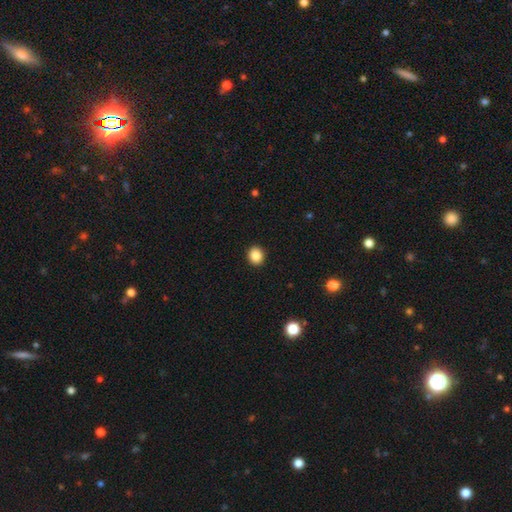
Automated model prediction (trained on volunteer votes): A smooth galaxy with no disk features (87%) that is round (76%).

Vote fractions:
- Smooth or featured? smooth: 87% / star or artifact: 9% / featured or disk: 4%
- How rounded? round: 76% / in between: 24% / cigar-shaped: 1%
- Merging? none: 93% / minor disturbance: 5% / major disturbance: 2% / merger: 1%